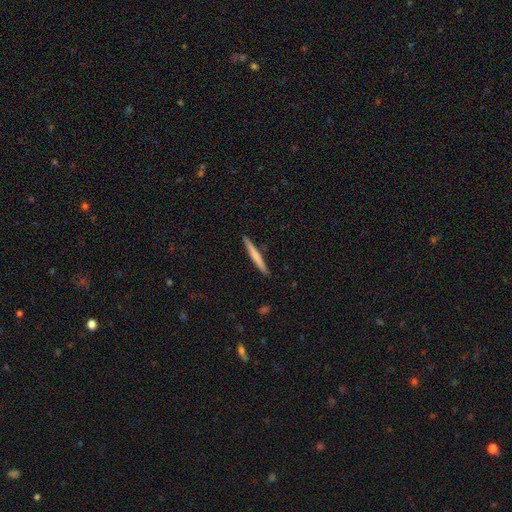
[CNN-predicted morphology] Smooth or featured? smooth (60%)
How rounded? cigar-shaped (97%)
Merging? none (91%)